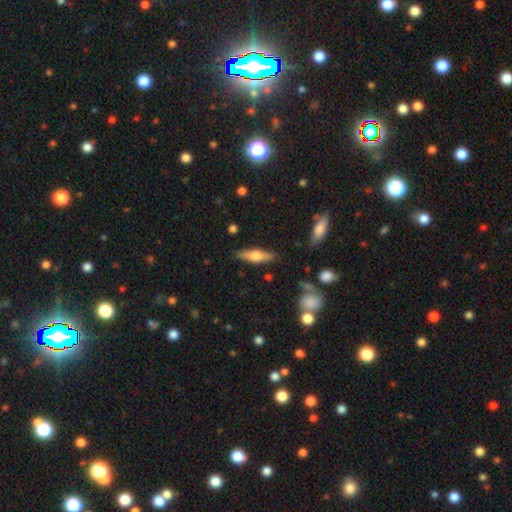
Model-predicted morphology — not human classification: Overall: smooth (48%; featured or disk 45%). Merging: none (86%).